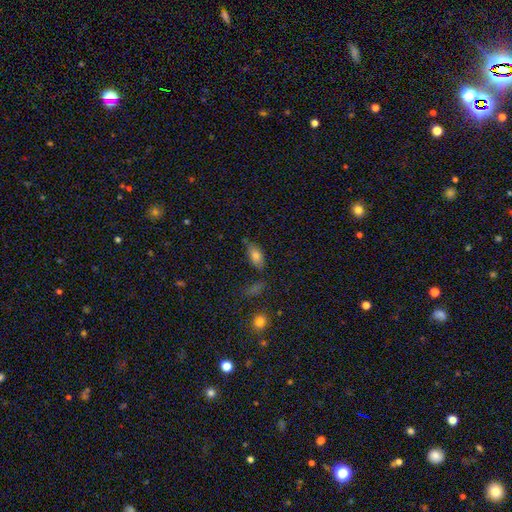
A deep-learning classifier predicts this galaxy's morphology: smooth-or-featured: smooth: 75% | featured or disk: 14% | star or artifact: 11%
  how-rounded: in between: 87% | cigar-shaped: 8% | round: 5%
  merging: none: 65% | minor disturbance: 23% | major disturbance: 6% | merger: 6%